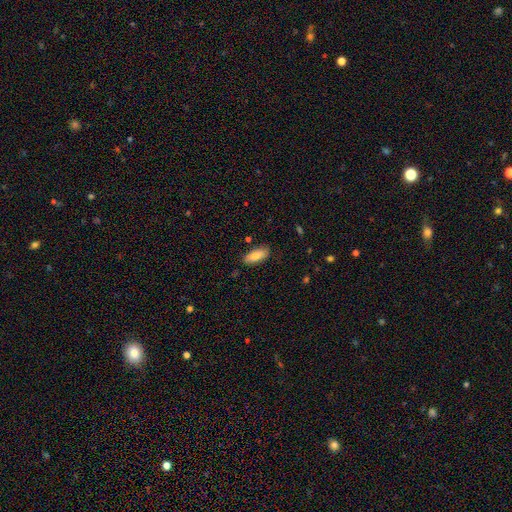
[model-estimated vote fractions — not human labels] The model was most divided on "smooth or featured": smooth: 79%, featured or disk: 14%, star or artifact: 6%. More confident: merging — none (84%); how rounded — in between (84%).